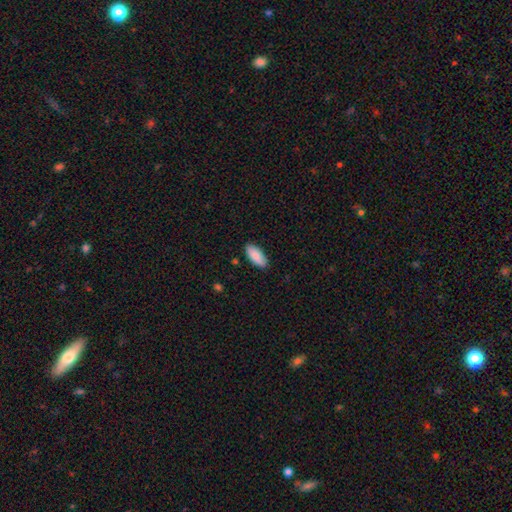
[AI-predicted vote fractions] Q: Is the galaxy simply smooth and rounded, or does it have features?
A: smooth — 89%.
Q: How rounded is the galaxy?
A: in between — 86%.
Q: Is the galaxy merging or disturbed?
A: none — 86%.